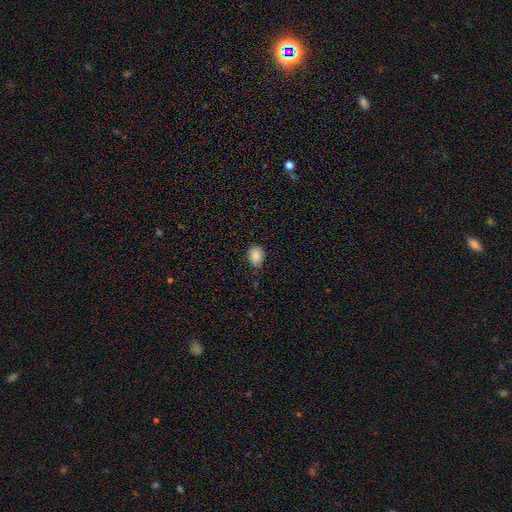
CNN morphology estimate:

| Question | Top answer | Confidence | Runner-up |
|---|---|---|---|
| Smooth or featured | smooth | 85% | star or artifact (9%) |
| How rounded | in between | 63% | round (36%) |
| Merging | none | 69% | minor disturbance (26%) |